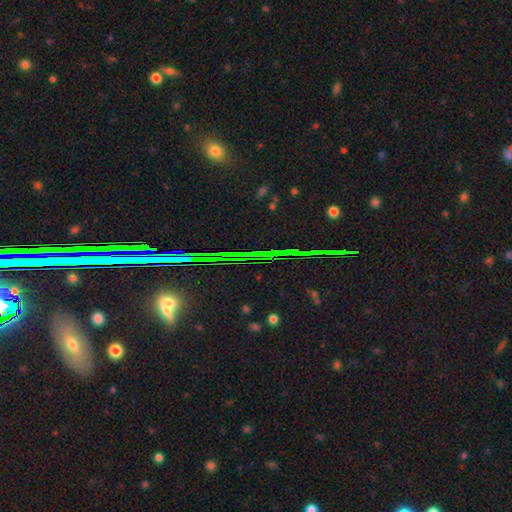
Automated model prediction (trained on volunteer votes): A star or artifact, not a galaxy (75%).

Vote fractions:
- Smooth or featured? star or artifact: 75% / smooth: 14% / featured or disk: 11%